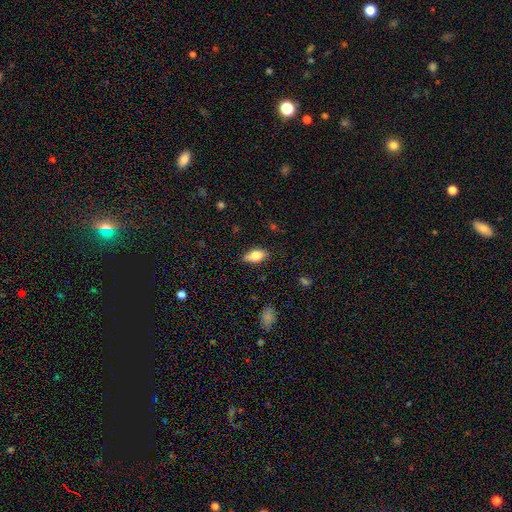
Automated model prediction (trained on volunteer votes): Smooth or featured? Predicted: smooth (p=0.71). How rounded? Predicted: in between (p=0.85). Merging? Predicted: none (p=0.81).